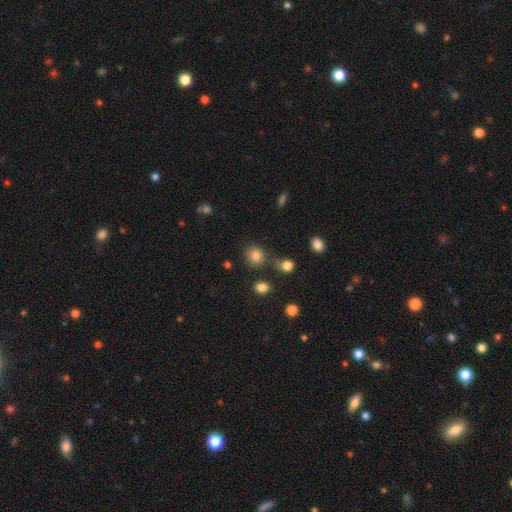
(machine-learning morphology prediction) Smooth or featured? smooth (82%)
How rounded? round (83%)
Merging? none (73%)